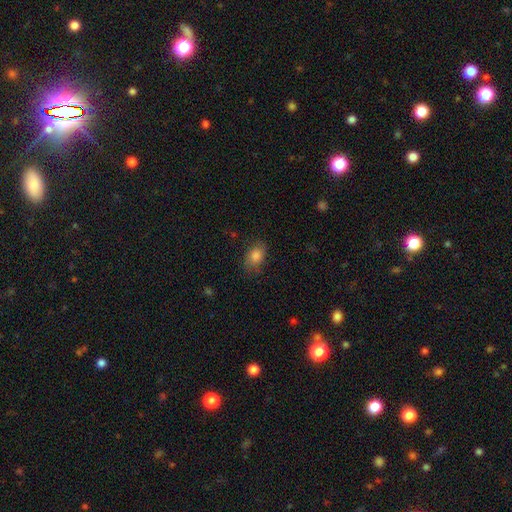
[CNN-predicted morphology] This is clearly a smooth galaxy (83%). How rounded: likely in between (79%). Merging: likely none (73%).